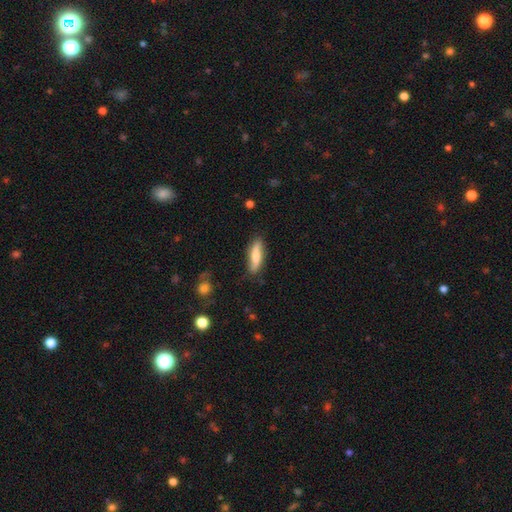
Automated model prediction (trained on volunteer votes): A smooth galaxy with no disk features (61%) that is cigar-shaped (61%).

Vote fractions:
- Smooth or featured? smooth: 61% / featured or disk: 33% / star or artifact: 6%
- How rounded? cigar-shaped: 61% / in between: 36% / round: 3%
- Merging? none: 81% / minor disturbance: 14% / major disturbance: 3% / merger: 2%